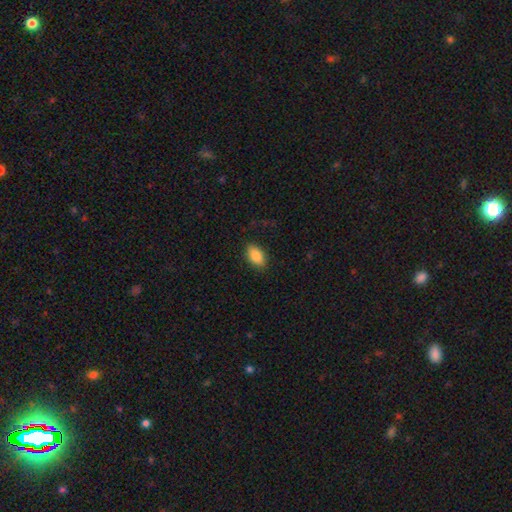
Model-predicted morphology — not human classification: smooth 87%, star or artifact 7%, featured or disk 6%. Down the decision tree: how rounded — in between (91%); merging — none (86%).